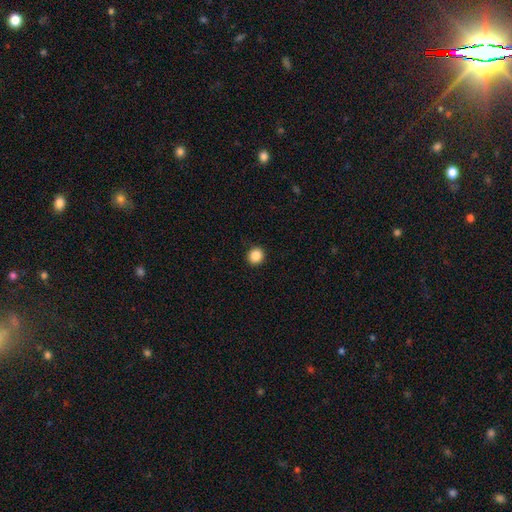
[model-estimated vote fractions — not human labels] smooth-or-featured: smooth: 87% | star or artifact: 10% | featured or disk: 3%
  how-rounded: round: 89% | in between: 10% | cigar-shaped: 1%
  merging: none: 92% | minor disturbance: 5% | major disturbance: 2% | merger: 1%